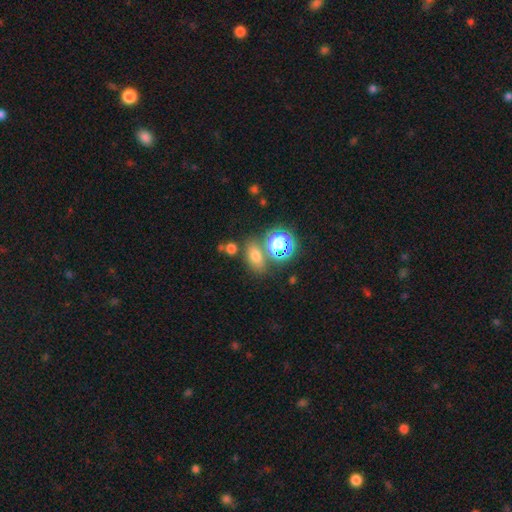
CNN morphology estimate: Smooth or featured? smooth (65%)
How rounded? in between (70%)
Merging? none (69%)